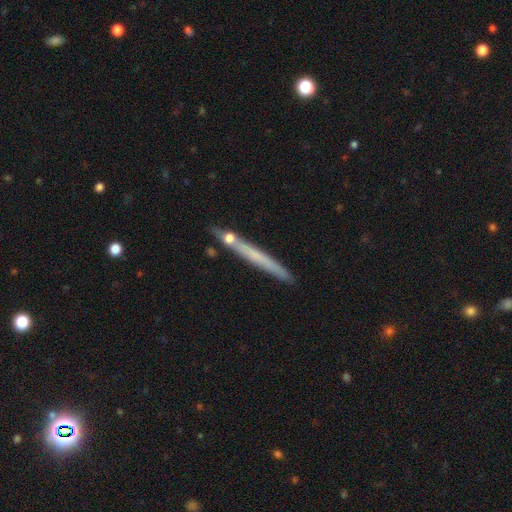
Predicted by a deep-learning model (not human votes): A smooth galaxy with no disk features (51%) that is cigar-shaped (97%). Merging: none (83%).